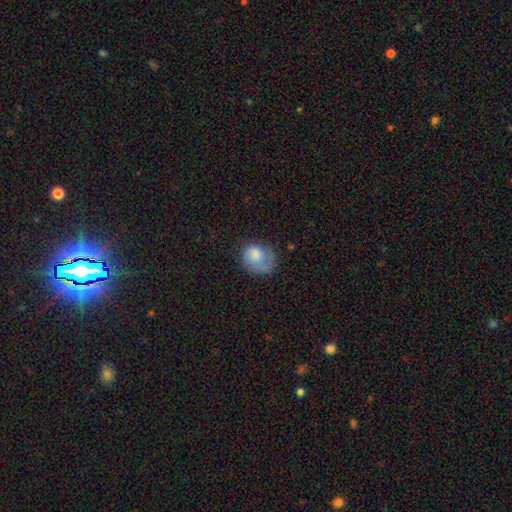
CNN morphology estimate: Smooth or featured: smooth — 75% (featured or disk — 17%)
How rounded: round — 59% (in between — 40%)
Merging: none — 44% (minor disturbance — 29%)